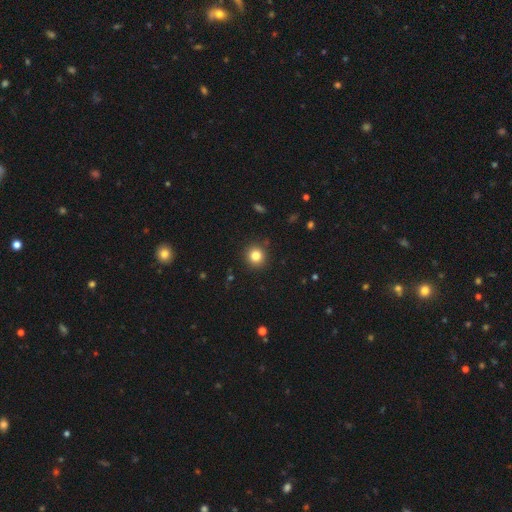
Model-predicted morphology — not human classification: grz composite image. It shows a smooth galaxy with no disk features (83%) that is round (92%). Merging: none (90%).